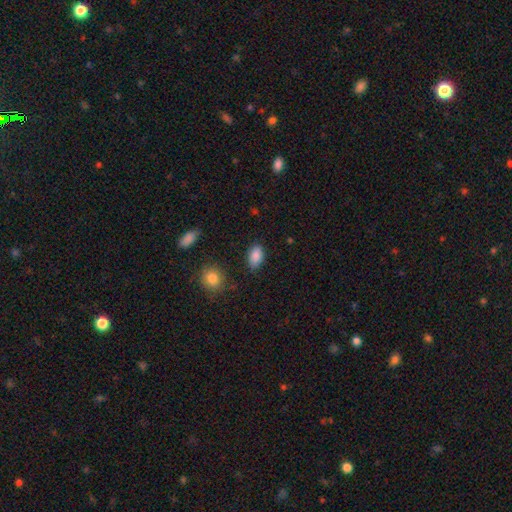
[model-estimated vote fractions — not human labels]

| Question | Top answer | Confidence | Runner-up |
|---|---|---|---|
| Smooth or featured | smooth | 87% | star or artifact (8%) |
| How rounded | in between | 91% | round (7%) |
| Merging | none | 81% | minor disturbance (14%) |